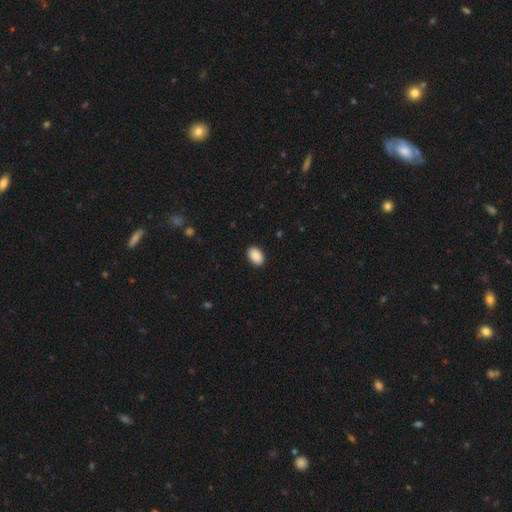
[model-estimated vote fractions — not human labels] Smooth or featured? smooth (91%)
How rounded? in between (90%)
Merging? none (91%)